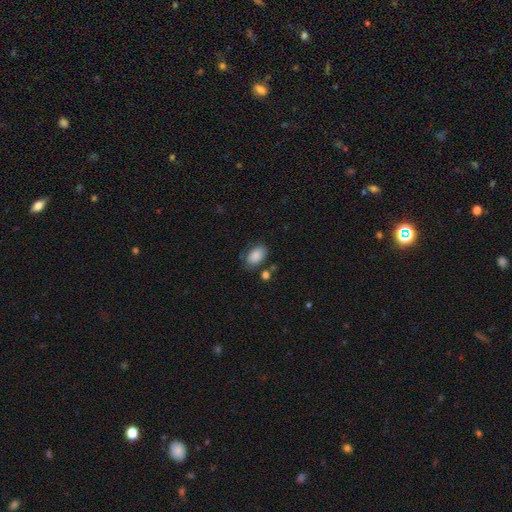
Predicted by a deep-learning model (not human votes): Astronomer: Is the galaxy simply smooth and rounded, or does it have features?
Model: smooth — 85%.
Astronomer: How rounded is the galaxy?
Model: in between — 89%.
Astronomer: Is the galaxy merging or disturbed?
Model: none — 63%.